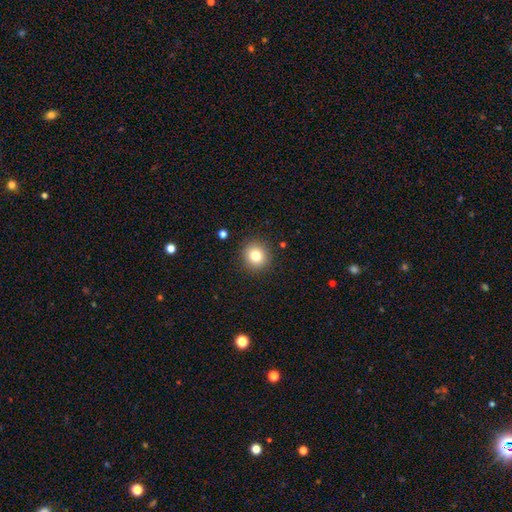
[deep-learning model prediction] Smooth or featured? Predicted: smooth (p=0.80). How rounded? Predicted: round (p=0.90). Merging? Predicted: none (p=0.89).